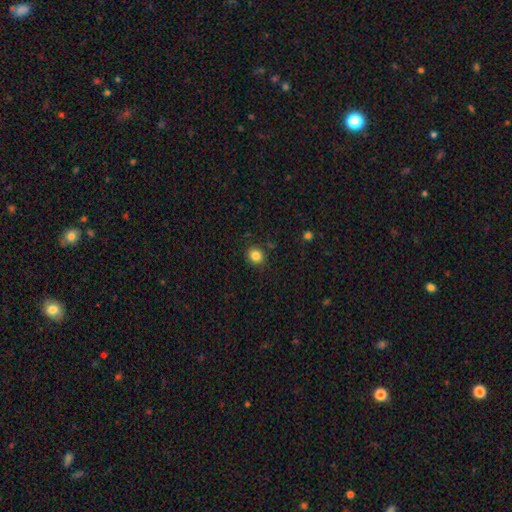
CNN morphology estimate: This is clearly a smooth galaxy (84%). How rounded: likely round (76%). Merging: clearly none (87%).